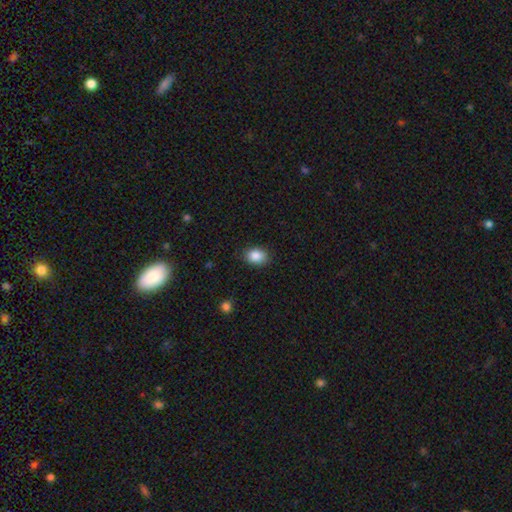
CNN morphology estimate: A smooth galaxy with no disk features (87%) that is in between round and cigar-shaped (70%). Merging: none (86%).